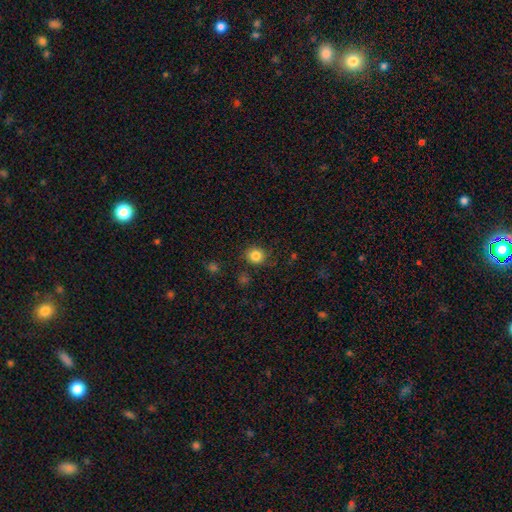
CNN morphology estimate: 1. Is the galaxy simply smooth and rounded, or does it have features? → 84% smooth, 11% star or artifact, 5% featured or disk.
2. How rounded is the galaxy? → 83% round, 16% in between, 1% cigar-shaped.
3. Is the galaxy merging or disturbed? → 84% none, 11% minor disturbance, 3% major disturbance, 2% merger.